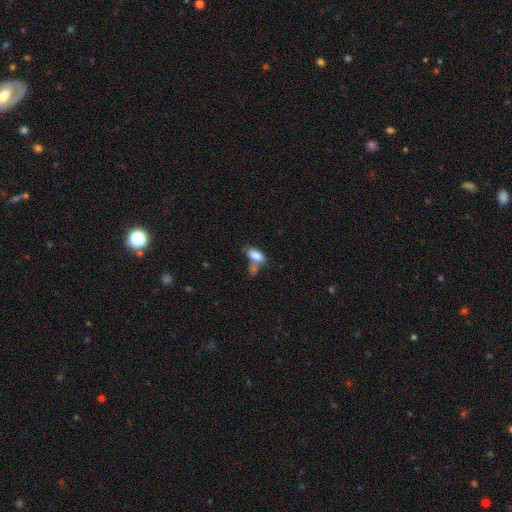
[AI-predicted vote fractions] smooth_or_featured: smooth (p=0.82) [alt: featured or disk p=0.10]
how_rounded: in between (p=0.91) [alt: cigar-shaped p=0.05]
merging: merger (p=0.40) [alt: none p=0.31]